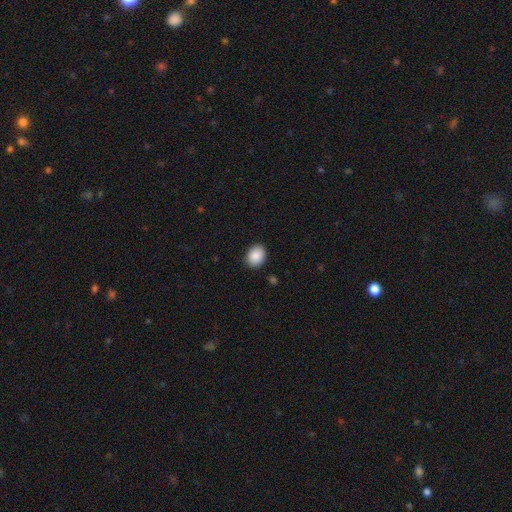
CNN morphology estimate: This appears to be a smooth galaxy with no disk features (89%) that is in between round and cigar-shaped (57%). Merging: none (89%).